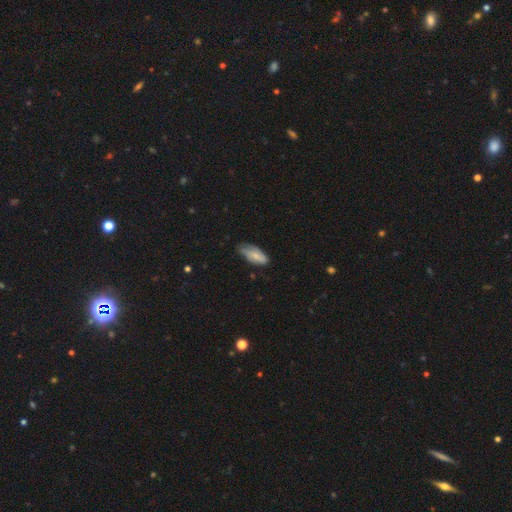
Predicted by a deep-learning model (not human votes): Overall: smooth (66%; featured or disk 27%). How rounded: in between (82%). Merging: none (57%; minor disturbance 34%).